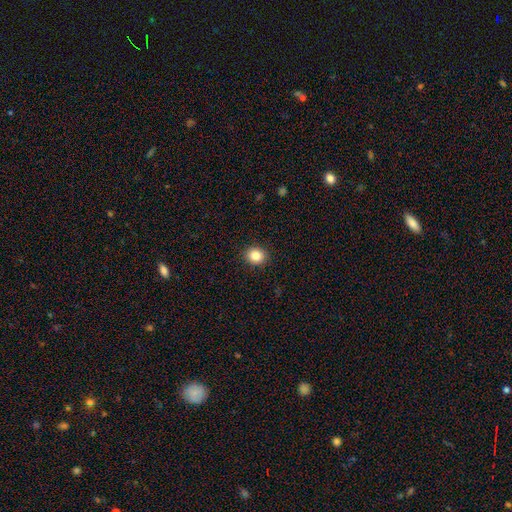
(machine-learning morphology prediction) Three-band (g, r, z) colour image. It shows a smooth galaxy with no disk features (85%) that is round (75%). Merging: none (92%).